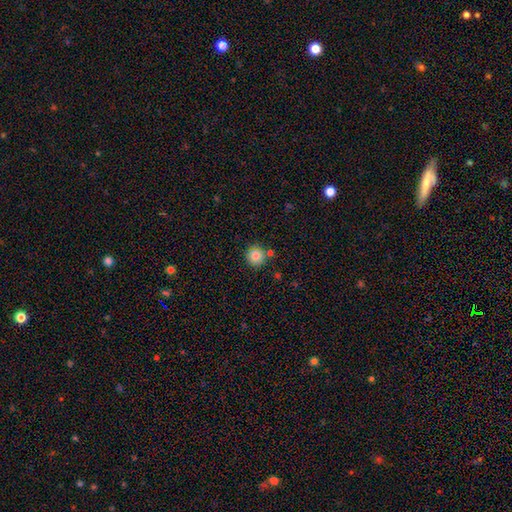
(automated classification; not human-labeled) Q: Smooth or featured?
A: smooth (85%); runner-up: star or artifact (10%)
Q: How rounded?
A: round (93%); runner-up: in between (6%)
Q: Merging?
A: none (79%); runner-up: merger (9%)